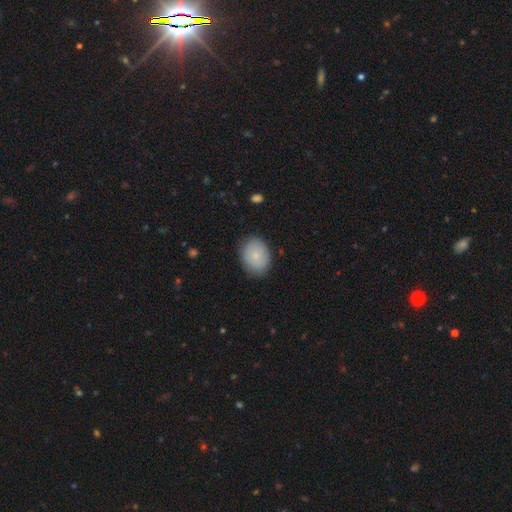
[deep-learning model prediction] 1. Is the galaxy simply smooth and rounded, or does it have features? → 81% smooth, 13% featured or disk, 7% star or artifact.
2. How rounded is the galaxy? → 68% in between, 31% round, 1% cigar-shaped.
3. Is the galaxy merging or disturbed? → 83% none, 13% minor disturbance, 3% major disturbance, 1% merger.